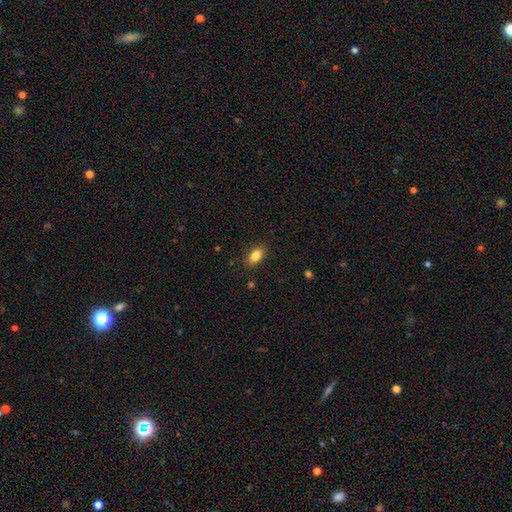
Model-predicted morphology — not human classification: Smooth or featured: smooth — 84% (star or artifact — 9%)
How rounded: in between — 89% (round — 8%)
Merging: none — 87% (minor disturbance — 9%)